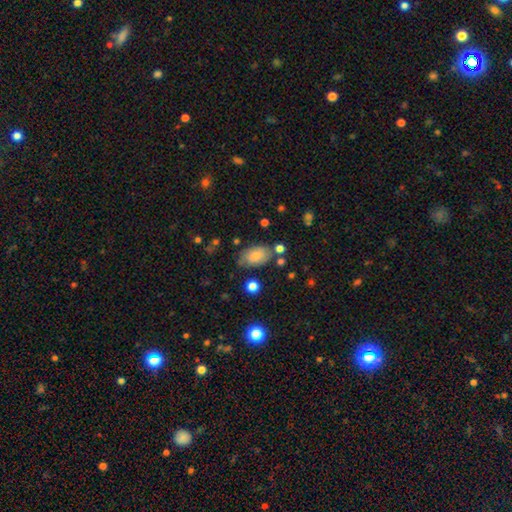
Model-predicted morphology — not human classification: A smooth galaxy with no disk features (77%) that is in between round and cigar-shaped (90%). Merging: none (70%).